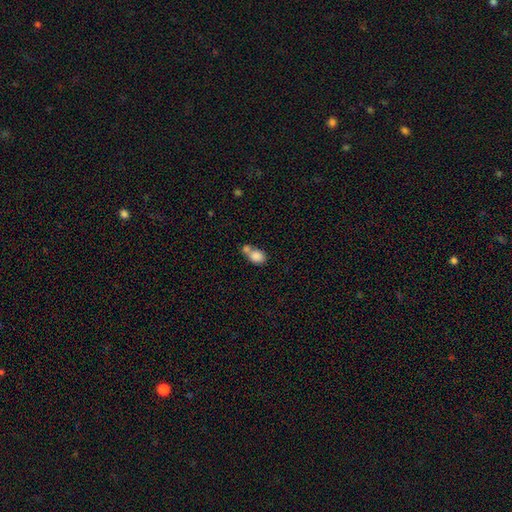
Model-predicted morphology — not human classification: Overall: smooth (83%). How rounded: in between (54%; round 45%). Merging: merger (60%; none 28%).